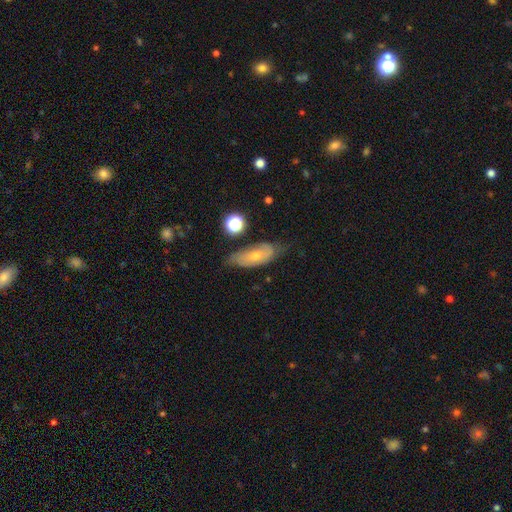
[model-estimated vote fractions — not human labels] A smooth galaxy with no disk features (49%).

Vote fractions:
- Smooth or featured? smooth: 49% / featured or disk: 43% / star or artifact: 8%
- Merging? none: 58% / minor disturbance: 30% / major disturbance: 8% / merger: 3%